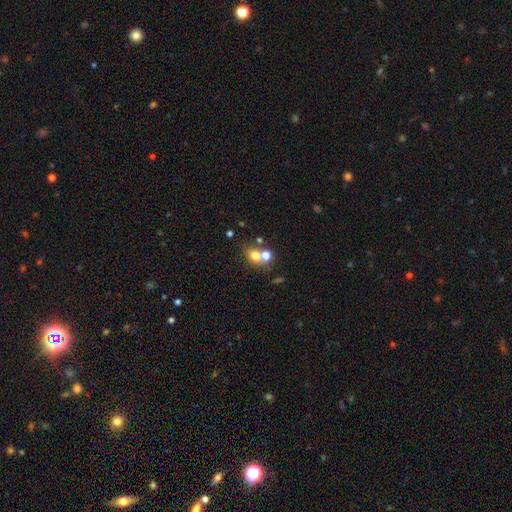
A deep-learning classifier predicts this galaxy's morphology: smooth 70%, star or artifact 16%, featured or disk 14%. Down the decision tree: how rounded — round (64%); merging — none (44%, tied with merger).